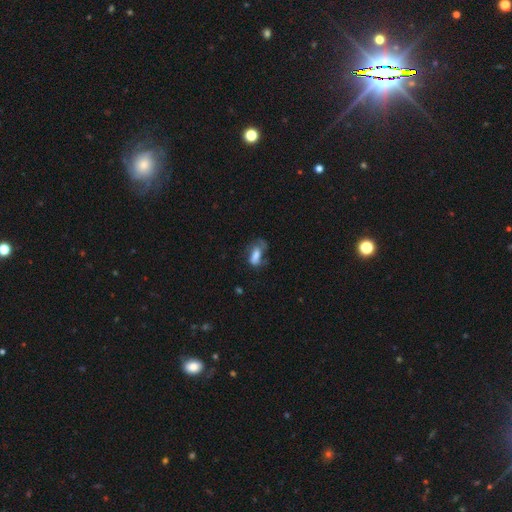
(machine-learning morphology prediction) smooth_or_featured: smooth (p=0.63) [alt: featured or disk p=0.26]
how_rounded: in between (p=0.84) [alt: cigar-shaped p=0.10]
merging: major disturbance (p=0.38) [alt: none p=0.31]